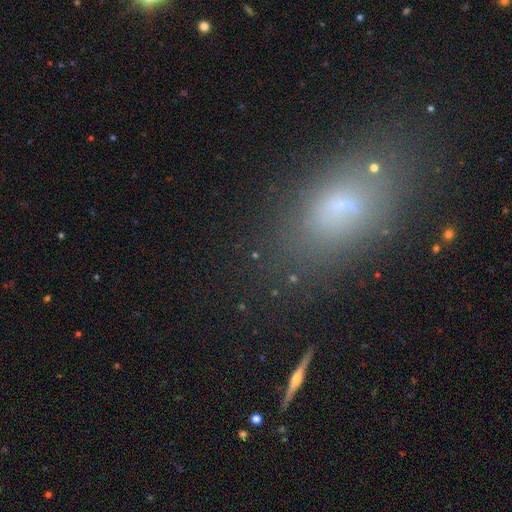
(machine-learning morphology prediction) type=star or artifact (42%).